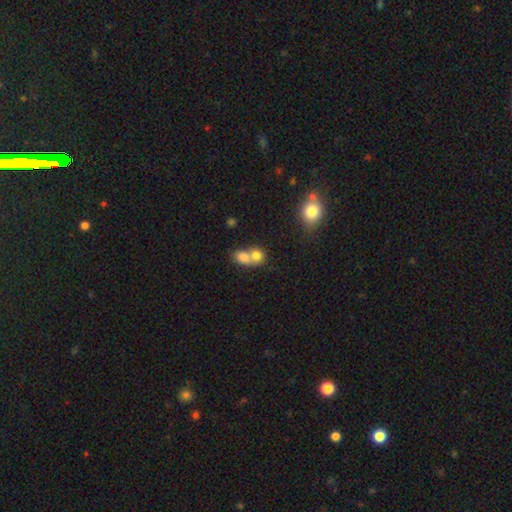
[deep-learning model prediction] Smooth or featured? Predicted: smooth (p=0.76). How rounded? Predicted: round (p=0.57). Merging? Predicted: merger (p=0.70).